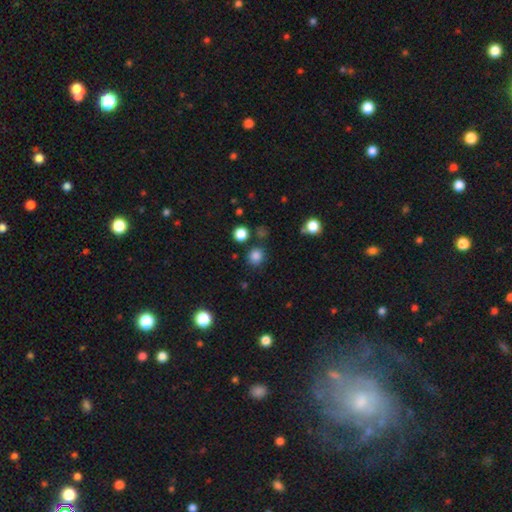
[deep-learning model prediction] smooth_or_featured: smooth (p=0.82) [alt: star or artifact p=0.14]
how_rounded: round (p=0.89) [alt: in between p=0.10]
merging: none (p=0.83) [alt: minor disturbance p=0.08]